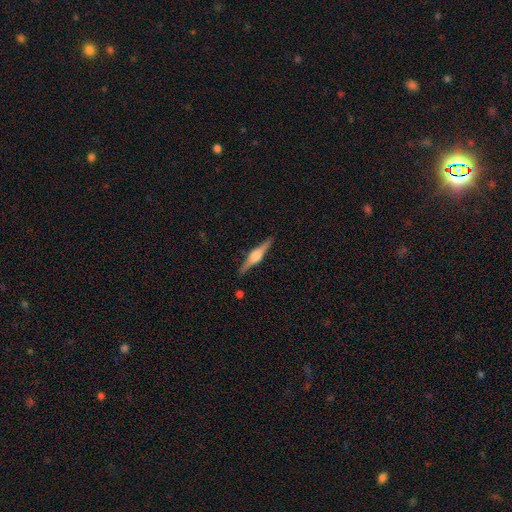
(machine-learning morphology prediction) Q: Smooth or featured?
A: featured or disk (79%); runner-up: smooth (16%)
Q: Edge-on disk?
A: yes (98%); runner-up: no (2%)
Q: Edge-on bulge?
A: rounded (85%); runner-up: boxy (12%)
Q: Merging?
A: none (90%); runner-up: minor disturbance (7%)